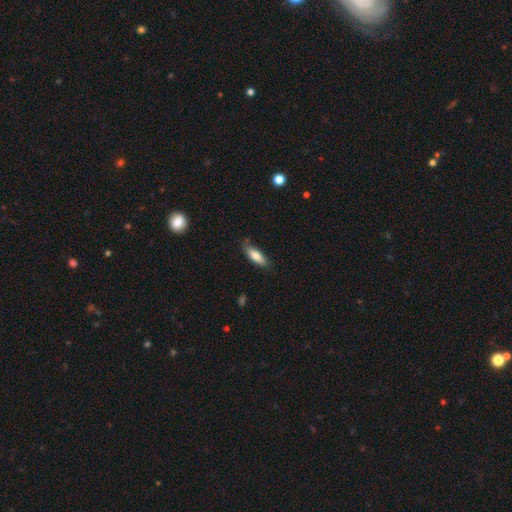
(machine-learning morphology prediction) This is likely a smooth galaxy (79%). How rounded: possibly in between (58%). Merging: likely none (76%).